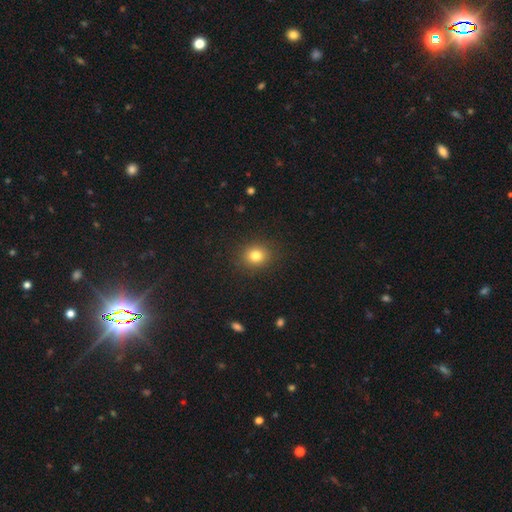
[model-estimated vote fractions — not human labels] Smooth or featured? Predicted: smooth (p=0.81). How rounded? Predicted: round (p=0.76). Merging? Predicted: none (p=0.89).